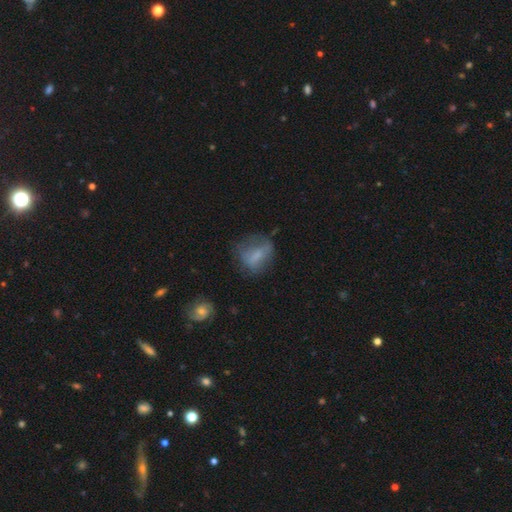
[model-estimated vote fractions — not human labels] A smooth galaxy with no disk features (60%) that is in between round and cigar-shaped (56%). Merging: none (47%).